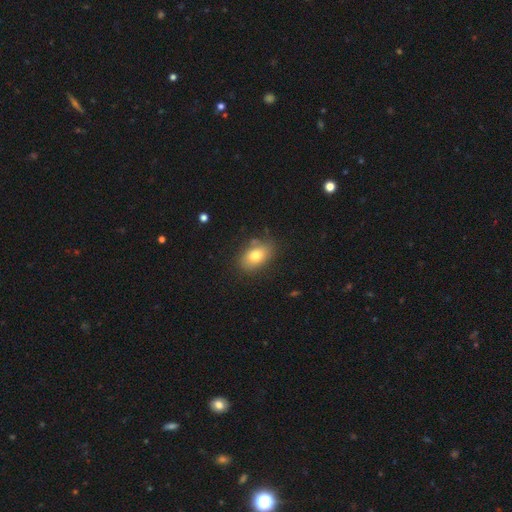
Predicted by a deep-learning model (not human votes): This is likely a smooth galaxy (77%). How rounded: clearly in between (84%). Merging: likely none (78%).